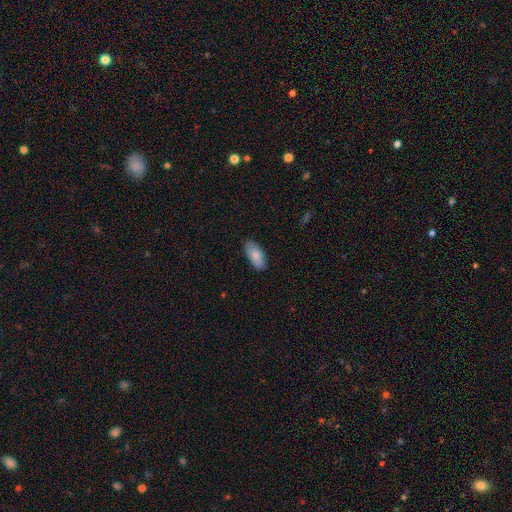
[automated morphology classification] The model was most divided on "smooth or featured": smooth: 82%, featured or disk: 12%, star or artifact: 6%. More confident: how rounded — in between (90%); merging — none (84%).